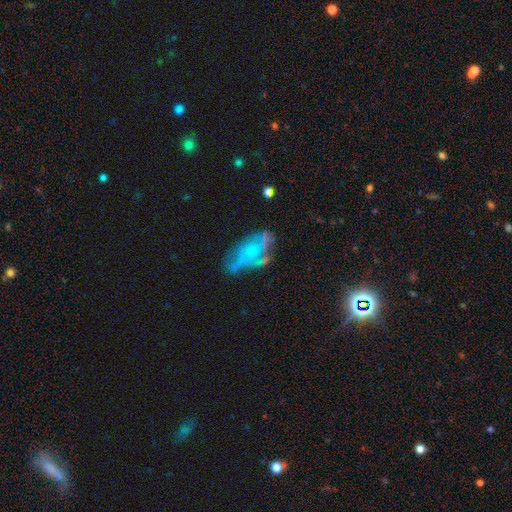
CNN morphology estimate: A featured or disk galaxy (61%) with no bar (84%), no spiral arms (63%) and a small central bulge (40%). Merging: none (38%).